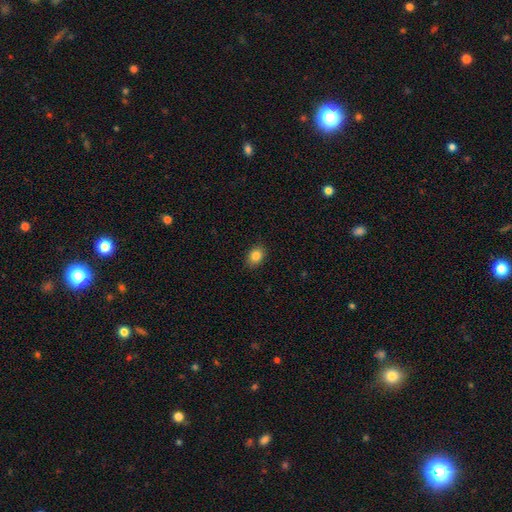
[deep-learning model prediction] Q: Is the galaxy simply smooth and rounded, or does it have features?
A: smooth — 84%.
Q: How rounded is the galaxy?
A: in between — 66%.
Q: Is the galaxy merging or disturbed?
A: none — 87%.